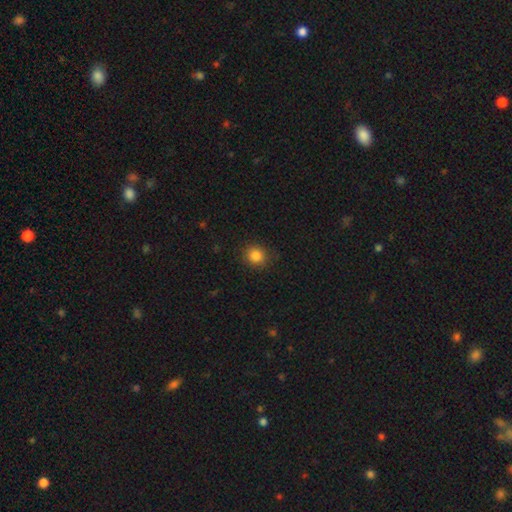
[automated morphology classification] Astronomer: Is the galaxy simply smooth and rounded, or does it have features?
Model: smooth — 86%.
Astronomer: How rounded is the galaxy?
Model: round — 86%.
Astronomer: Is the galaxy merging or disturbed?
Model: none — 88%.